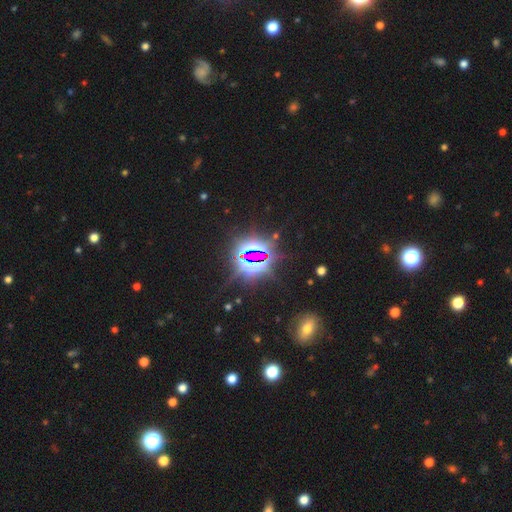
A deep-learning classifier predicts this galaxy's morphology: Smooth or featured?
  - star or artifact: 82% *
  - smooth: 10%
  - featured or disk: 8%